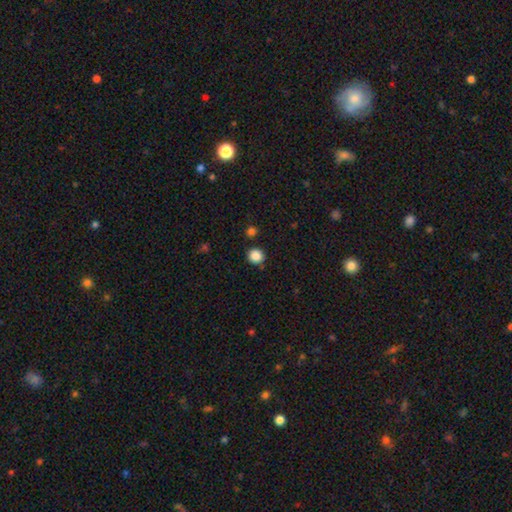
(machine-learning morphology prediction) Q: Smooth or featured?
A: smooth (86%); runner-up: star or artifact (10%)
Q: How rounded?
A: round (87%); runner-up: in between (12%)
Q: Merging?
A: none (86%); runner-up: minor disturbance (8%)